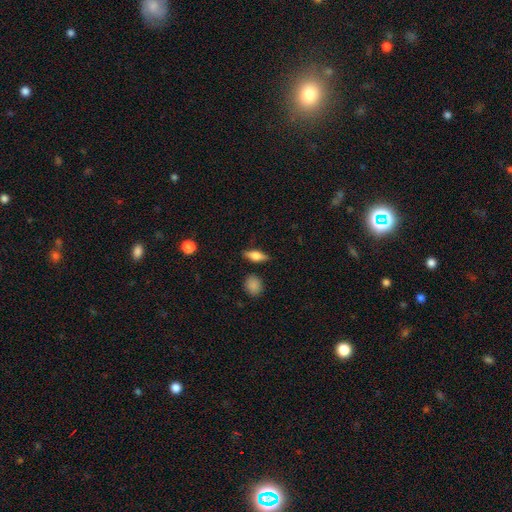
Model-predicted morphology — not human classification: Smooth or featured? smooth (60%)
How rounded? in between (65%)
Merging? none (83%)